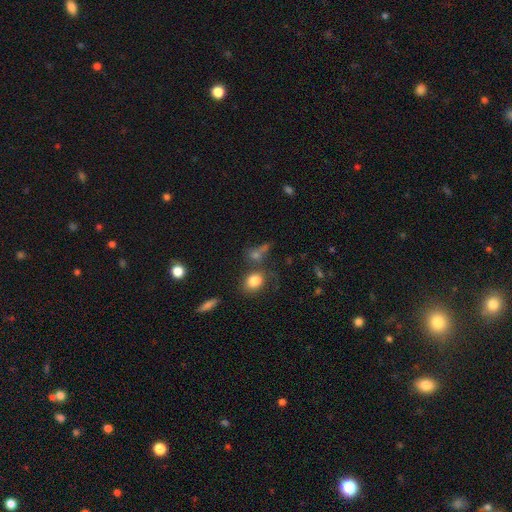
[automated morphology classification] A smooth galaxy with no disk features (63%) that is round (57%).

Vote fractions:
- Smooth or featured? smooth: 63% / star or artifact: 25% / featured or disk: 12%
- How rounded? round: 57% / in between: 38% / cigar-shaped: 5%
- Merging? none: 57% / merger: 20% / minor disturbance: 14% / major disturbance: 9%